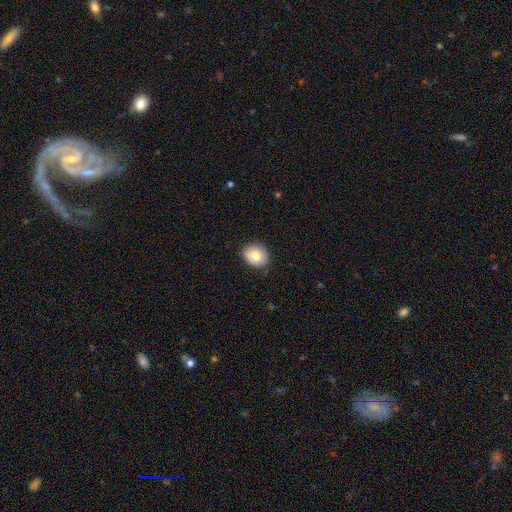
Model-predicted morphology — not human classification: Smooth or featured? smooth (77%)
How rounded? round (63%)
Merging? none (84%)